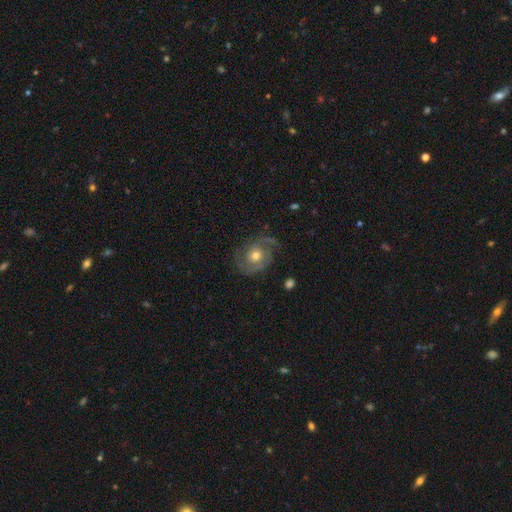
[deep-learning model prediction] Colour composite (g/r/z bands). It shows a featured or disk galaxy (77%) with no bar (76%), 2 (69%) medium (45%) spiral arms (92%) and a moderate central bulge (71%). Merging: none (69%).